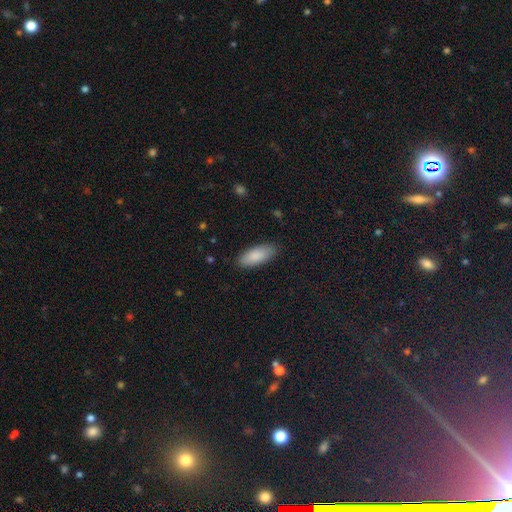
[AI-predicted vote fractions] Smooth or featured? smooth (88%)
How rounded? in between (80%)
Merging? none (86%)